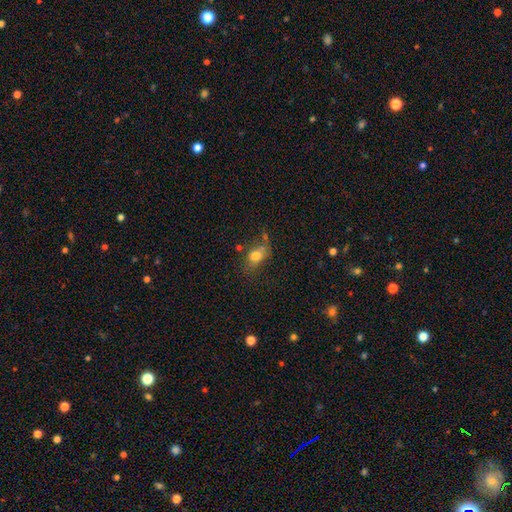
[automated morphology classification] Smooth or featured: smooth — 72% (featured or disk — 15%)
How rounded: in between — 73% (round — 24%)
Merging: none — 40% (minor disturbance — 24%)